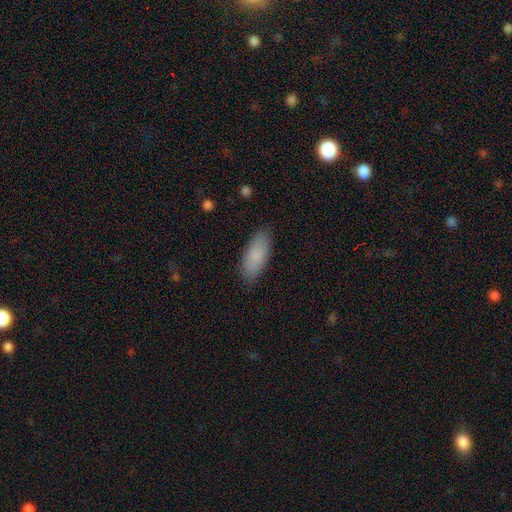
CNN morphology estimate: Smooth or featured?
  - smooth: 85% *
  - featured or disk: 8%
  - star or artifact: 6%
How rounded?
  - in between: 83% *
  - cigar-shaped: 15%
  - round: 2%
Merging?
  - none: 86% *
  - minor disturbance: 11%
  - major disturbance: 2%
  - merger: 1%